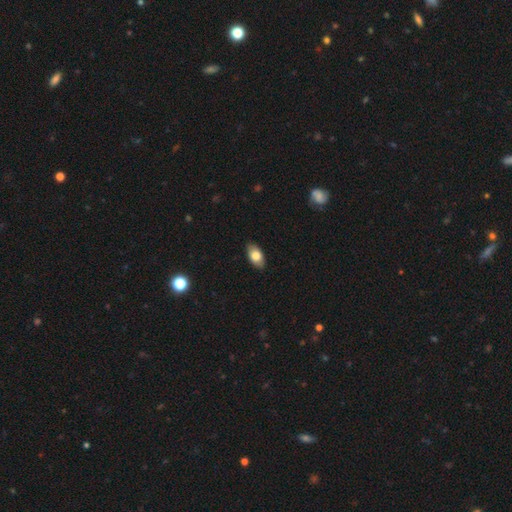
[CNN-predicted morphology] type=smooth (78%); roundness=in between (93%); merging=none (87%).